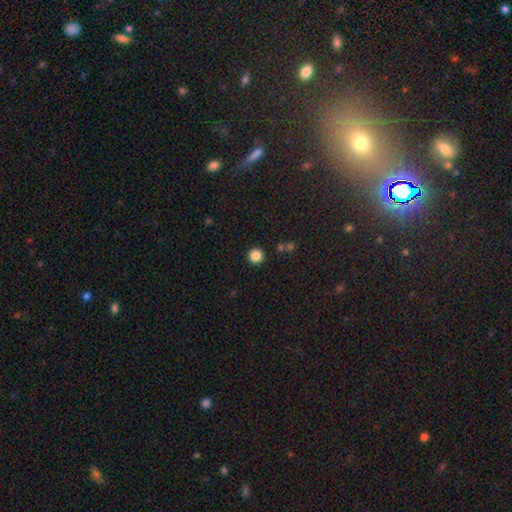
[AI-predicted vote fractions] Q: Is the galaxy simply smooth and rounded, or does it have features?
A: smooth — 85%.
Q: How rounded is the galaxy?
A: round — 96%.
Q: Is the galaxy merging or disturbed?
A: none — 91%.